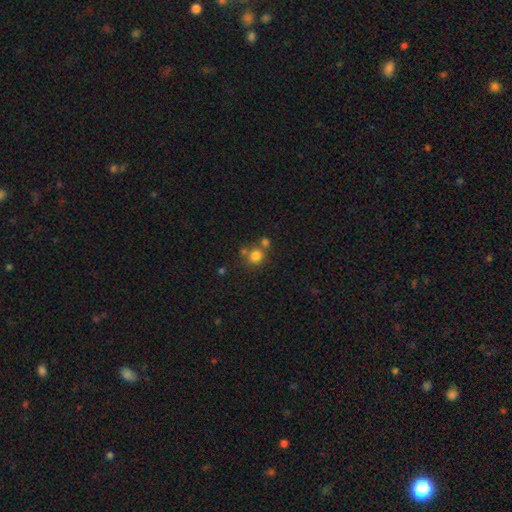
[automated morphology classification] Smooth or featured? smooth (80%)
How rounded? round (88%)
Merging? none (61%)